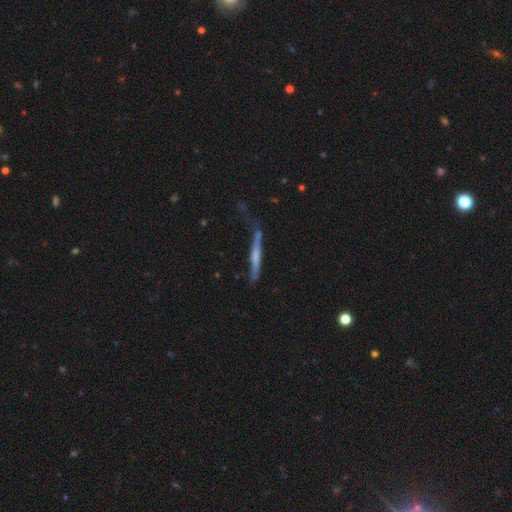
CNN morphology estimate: Q: Smooth or featured?
A: featured or disk (53%); runner-up: smooth (40%)
Q: Edge-on disk?
A: yes (91%); runner-up: no (9%)
Q: Merging?
A: none (58%); runner-up: minor disturbance (27%)